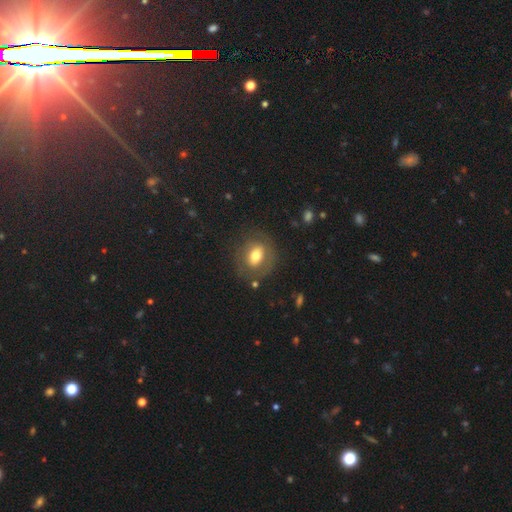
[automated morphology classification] A smooth galaxy with no disk features (62%) that is in between round and cigar-shaped (50%).

Vote fractions:
- Smooth or featured? smooth: 62% / featured or disk: 29% / star or artifact: 9%
- How rounded? in between: 50% / round: 49% / cigar-shaped: 2%
- Merging? none: 76% / minor disturbance: 14% / major disturbance: 8% / merger: 2%